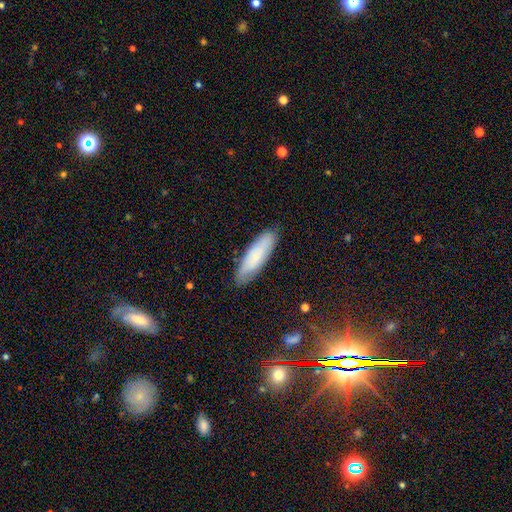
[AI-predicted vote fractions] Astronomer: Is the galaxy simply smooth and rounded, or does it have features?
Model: smooth — 69%.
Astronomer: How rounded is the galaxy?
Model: cigar-shaped — 59% (runner-up: in between, 39%).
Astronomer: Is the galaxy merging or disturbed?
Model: none — 84%.